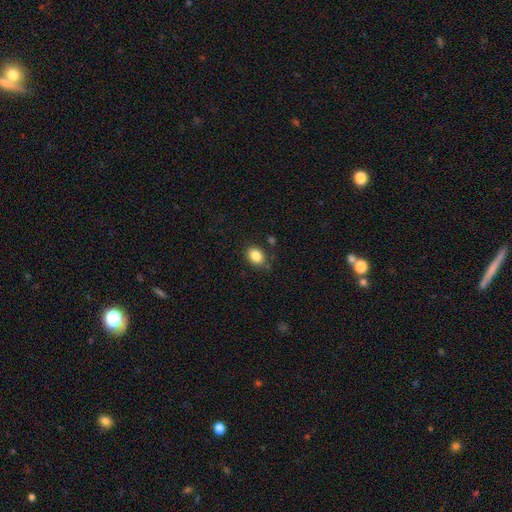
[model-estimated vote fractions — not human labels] smooth_or_featured: smooth (p=0.86) [alt: star or artifact p=0.09]
how_rounded: in between (p=0.68) [alt: round p=0.31]
merging: none (p=0.78) [alt: minor disturbance p=0.15]